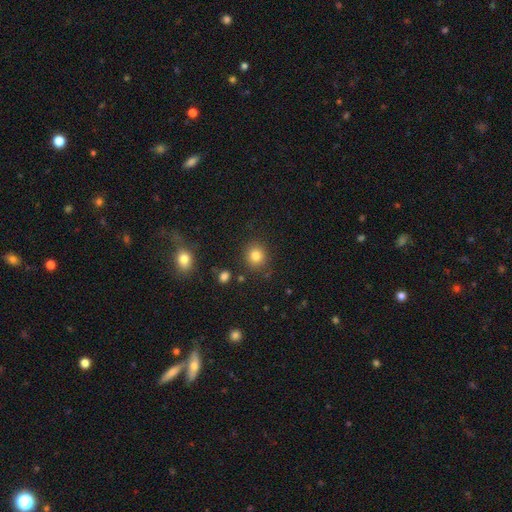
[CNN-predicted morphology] This is clearly a smooth galaxy (83%). How rounded: clearly round (86%). Merging: clearly none (86%).